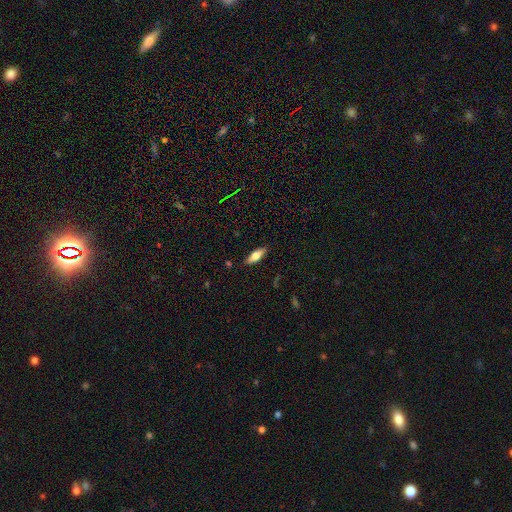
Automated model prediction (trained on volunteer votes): Smooth or featured? Predicted: smooth (p=0.56). How rounded? Predicted: in between (p=0.58). Merging? Predicted: none (p=0.87).